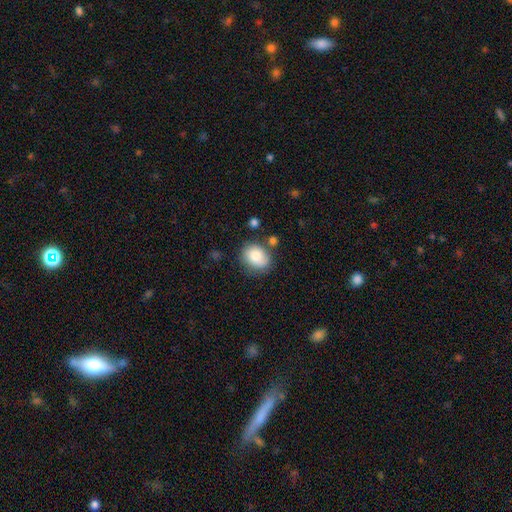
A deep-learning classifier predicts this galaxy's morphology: type=smooth (81%); roundness=in between (51%); merging=none (70%).